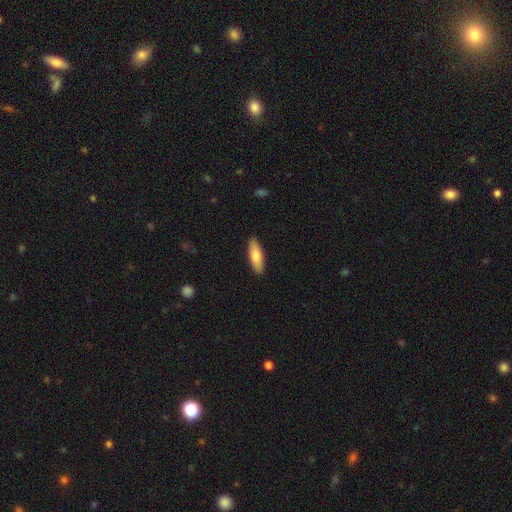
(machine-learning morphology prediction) Smooth or featured? smooth (77%)
How rounded? in between (61%)
Merging? none (90%)